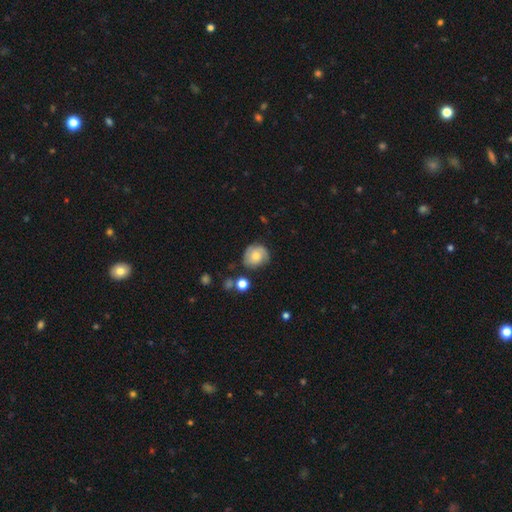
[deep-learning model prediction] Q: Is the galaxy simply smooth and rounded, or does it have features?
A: smooth — 59%.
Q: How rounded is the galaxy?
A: round — 76%.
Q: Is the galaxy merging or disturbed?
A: none — 64%.